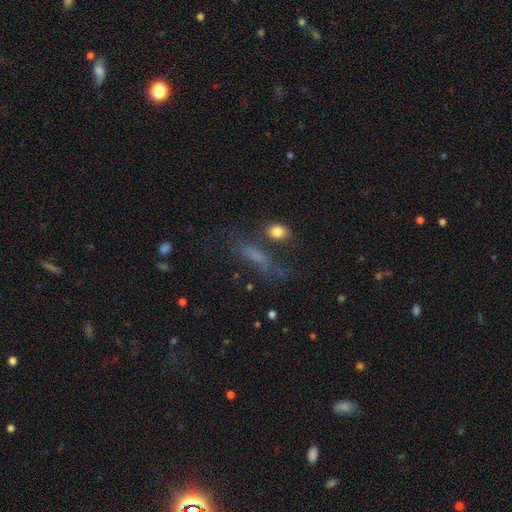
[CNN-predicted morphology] A smooth galaxy with no disk features (60%) that is cigar-shaped (53%). Merging: none (55%).